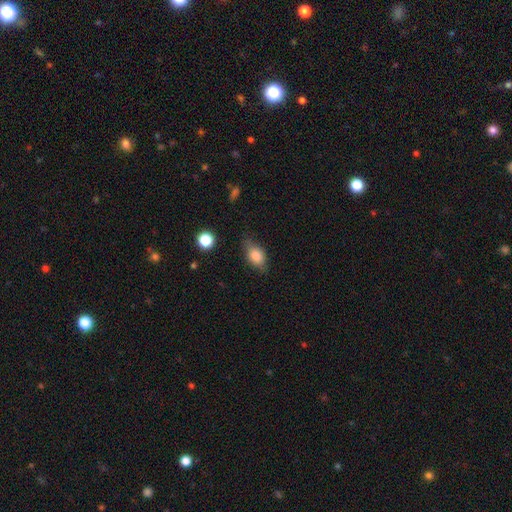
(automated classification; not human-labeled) Morphology: type=smooth (80%); roundness=in between (83%); merging=none (69%).